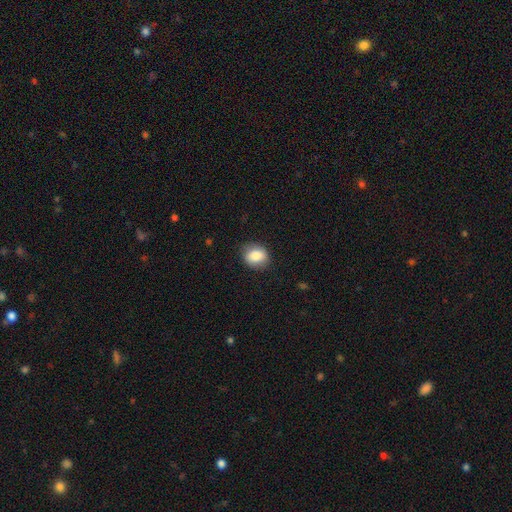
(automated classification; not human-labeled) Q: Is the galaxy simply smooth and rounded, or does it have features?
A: smooth — 83%.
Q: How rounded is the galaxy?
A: round — 57%.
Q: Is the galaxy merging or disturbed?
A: none — 81%.